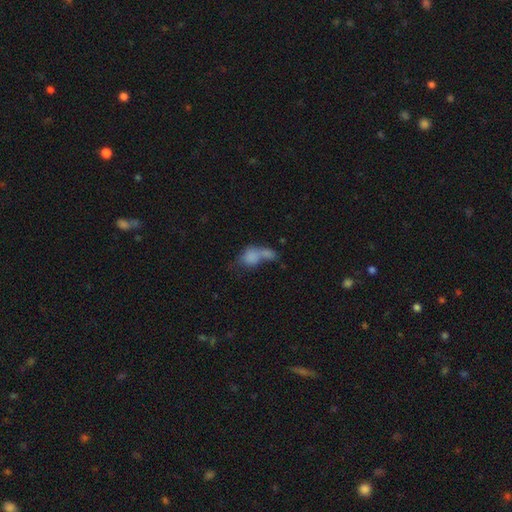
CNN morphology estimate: type=smooth (74%); roundness=in between (63%); merging=merger (59%).